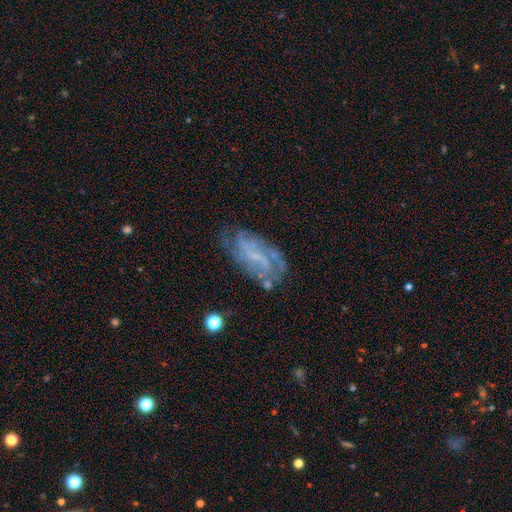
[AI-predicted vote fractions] This is likely a featured or disk galaxy (73%). It is clearly not viewed edge-on (94%). Bar: marginally no (42%). Spiral arm pattern: clearly yes (82%). Spiral arm count: marginally can't tell (42%). Spiral winding: marginally tight (40%). Central bulge: marginally small (45%). Merging: possibly none (58%).